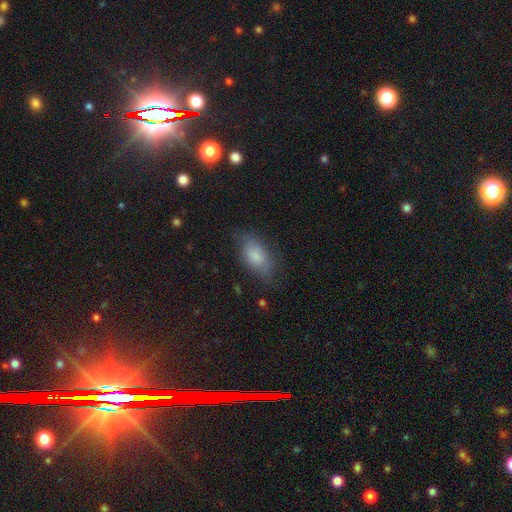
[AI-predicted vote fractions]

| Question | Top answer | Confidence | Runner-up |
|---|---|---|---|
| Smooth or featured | smooth | 78% | featured or disk (14%) |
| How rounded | in between | 89% | round (6%) |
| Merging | none | 68% | minor disturbance (22%) |